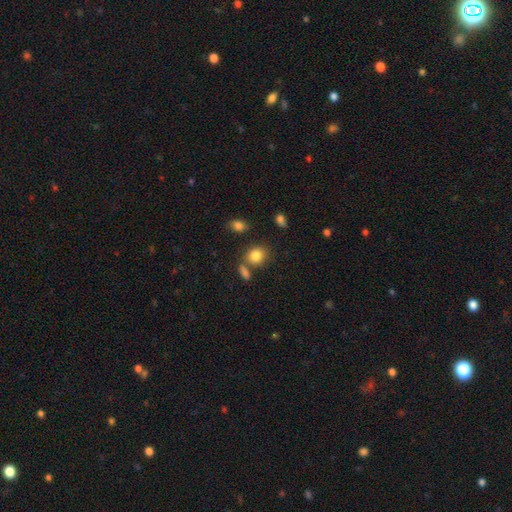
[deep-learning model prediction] A smooth galaxy with no disk features (84%) that is round (66%). Merging: none (65%).